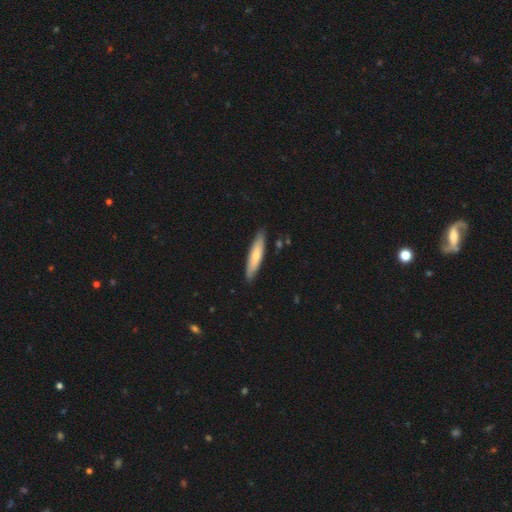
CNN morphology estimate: Smooth or featured: smooth — 67% (featured or disk — 28%)
How rounded: cigar-shaped — 80% (in between — 19%)
Merging: none — 85% (minor disturbance — 12%)